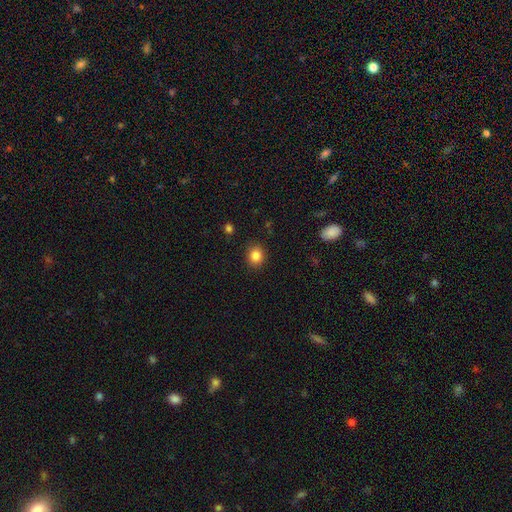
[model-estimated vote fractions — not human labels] smooth-or-featured: smooth: 85% | star or artifact: 10% | featured or disk: 5%
  how-rounded: round: 75% | in between: 25% | cigar-shaped: 1%
  merging: none: 89% | minor disturbance: 8% | major disturbance: 2% | merger: 1%